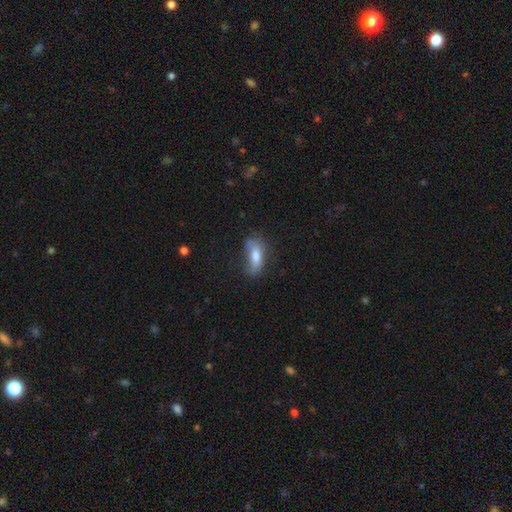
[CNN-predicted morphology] Smooth or featured: smooth — 70% (featured or disk — 21%)
How rounded: in between — 71% (cigar-shaped — 26%)
Merging: none — 46% (minor disturbance — 32%)